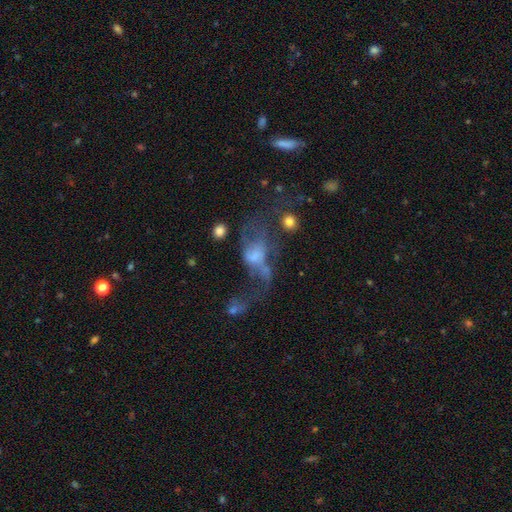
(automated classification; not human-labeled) The model was most divided on "smooth or featured": featured or disk: 46%, smooth: 39%, star or artifact: 16%. Remaining: merging — major disturbance (44%).